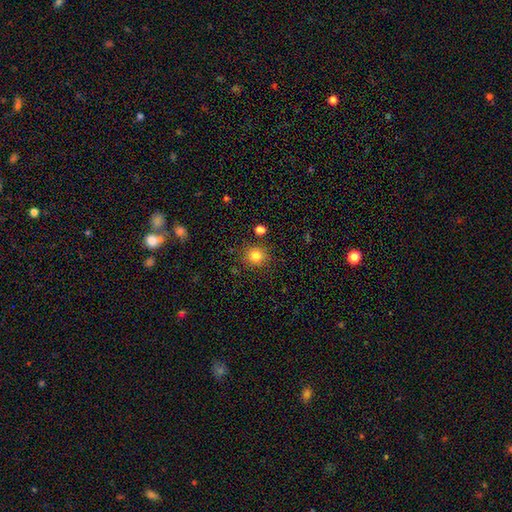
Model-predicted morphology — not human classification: Overall: smooth (83%). How rounded: round (89%). Merging: none (85%).